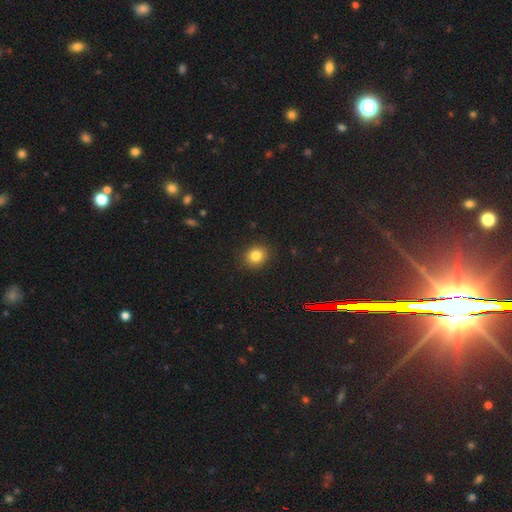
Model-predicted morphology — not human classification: Smooth or featured? Predicted: smooth (p=0.82). How rounded? Predicted: round (p=0.74). Merging? Predicted: none (p=0.90).